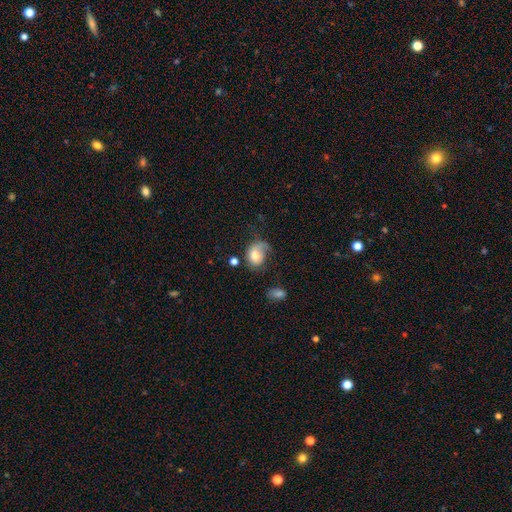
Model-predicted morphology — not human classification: This appears to be a smooth galaxy with no disk features (57%) that is in between round and cigar-shaped (55%). Merging: major disturbance (34%).